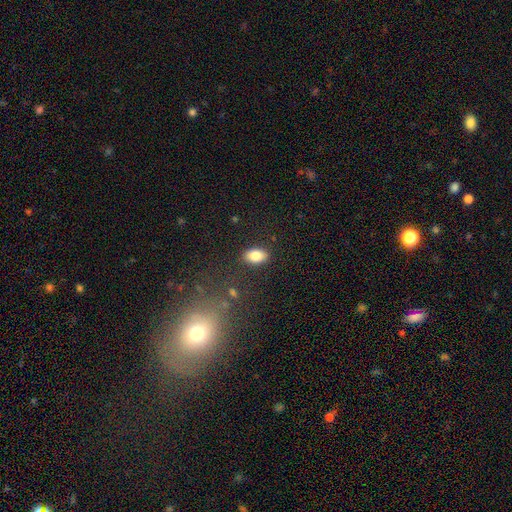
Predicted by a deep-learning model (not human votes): A smooth galaxy with no disk features (84%) that is in between round and cigar-shaped (90%).

Vote fractions:
- Smooth or featured? smooth: 84% / star or artifact: 8% / featured or disk: 8%
- How rounded? in between: 90% / round: 9% / cigar-shaped: 2%
- Merging? none: 86% / minor disturbance: 9% / major disturbance: 3% / merger: 2%